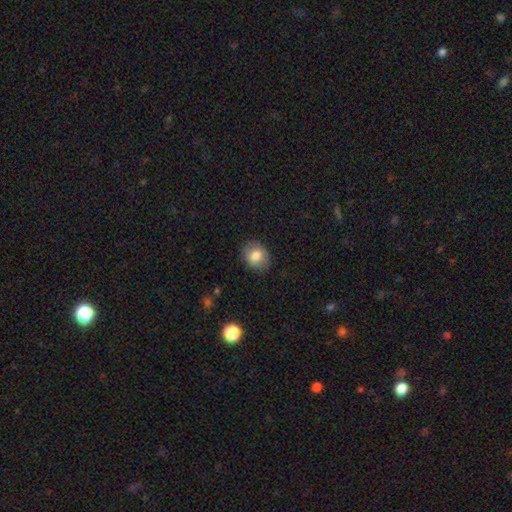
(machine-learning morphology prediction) smooth 81%, featured or disk 10%, star or artifact 9%. Down the decision tree: how rounded — round (59%); merging — none (87%).